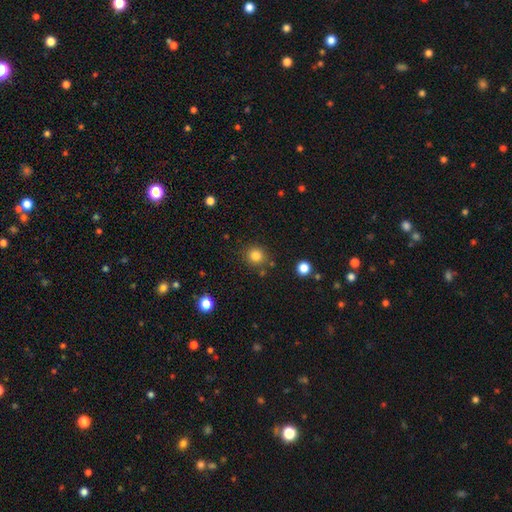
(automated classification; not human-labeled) Smooth or featured? smooth (83%)
How rounded? round (89%)
Merging? none (83%)